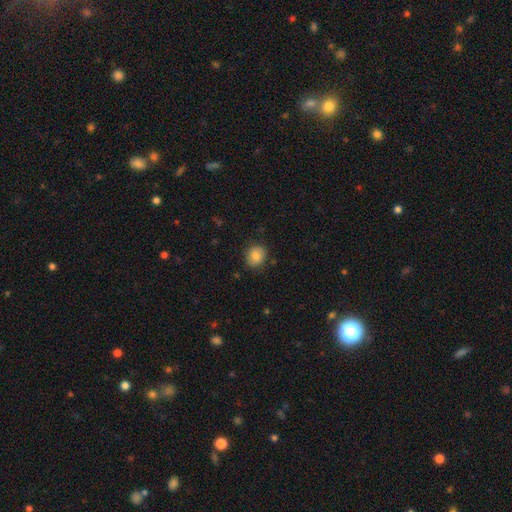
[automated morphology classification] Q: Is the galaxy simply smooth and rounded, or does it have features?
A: smooth — 82%.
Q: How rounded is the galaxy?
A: round — 62%.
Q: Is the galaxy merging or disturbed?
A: none — 81%.